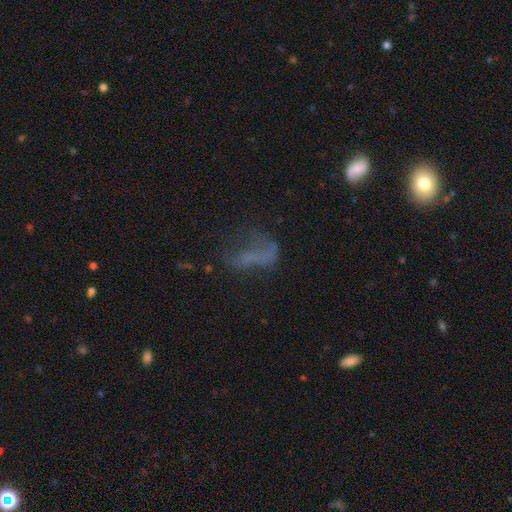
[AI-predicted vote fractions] This appears to be a smooth galaxy with no disk features (39%). Merging: major disturbance (38%).